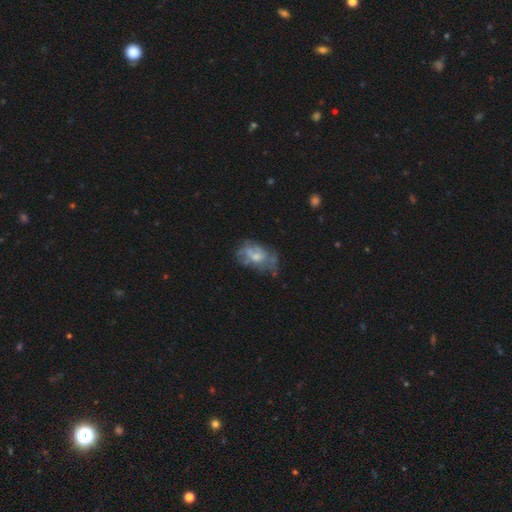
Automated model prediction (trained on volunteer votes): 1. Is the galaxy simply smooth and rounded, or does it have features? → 54% featured or disk, 37% smooth, 9% star or artifact.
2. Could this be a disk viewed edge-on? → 96% no, 4% yes.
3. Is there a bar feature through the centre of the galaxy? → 77% no, 19% weak, 3% strong.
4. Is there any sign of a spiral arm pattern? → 66% no, 34% yes.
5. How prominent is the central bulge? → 42% moderate, 39% small, 12% none, 5% large, 1% dominant.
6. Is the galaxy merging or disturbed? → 42% none, 28% minor disturbance, 25% major disturbance, 6% merger.